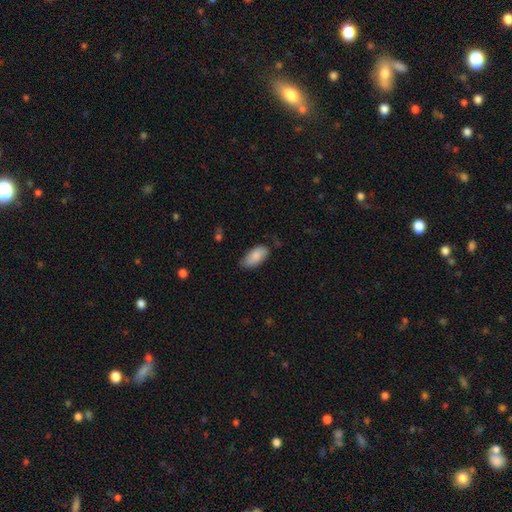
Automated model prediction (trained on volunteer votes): smooth_or_featured: smooth (p=0.85) [alt: featured or disk p=0.09]
how_rounded: in between (p=0.93) [alt: cigar-shaped p=0.05]
merging: none (p=0.73) [alt: minor disturbance p=0.22]